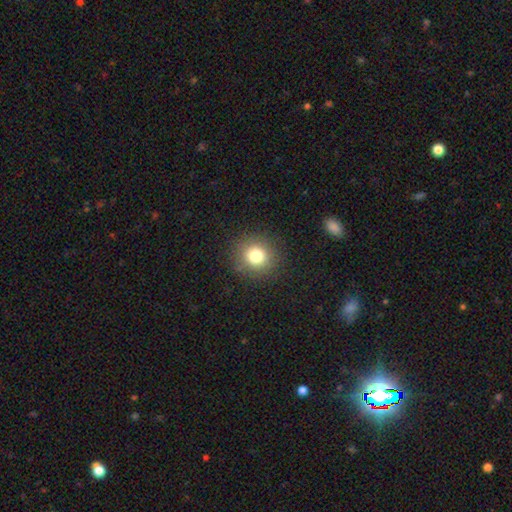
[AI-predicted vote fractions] A smooth galaxy with no disk features (79%) that is round (90%). Merging: none (88%).